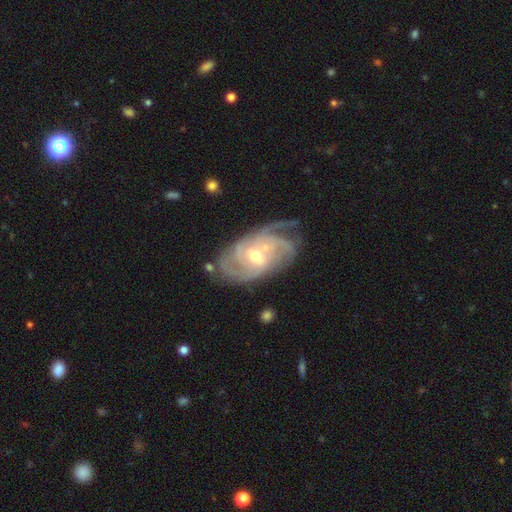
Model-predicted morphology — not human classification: Q: Smooth or featured?
A: featured or disk (88%); runner-up: smooth (7%)
Q: Edge-on disk?
A: no (96%); runner-up: yes (4%)
Q: Bar?
A: weak (45%); runner-up: no (42%)
Q: Spiral arms?
A: yes (96%); runner-up: no (4%)
Q: Spiral winding?
A: tight (55%); runner-up: medium (36%)
Q: Spiral arm count?
A: 3 (32%); runner-up: can't tell (21%)
Q: Bulge size?
A: moderate (54%); runner-up: small (42%)
Q: Merging?
A: none (60%); runner-up: minor disturbance (22%)